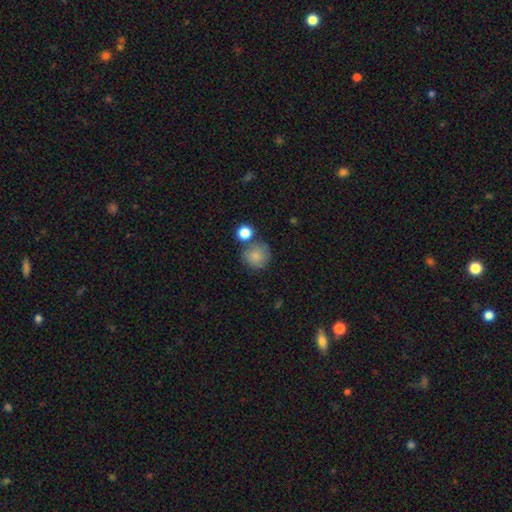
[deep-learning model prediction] Smooth or featured? Predicted: smooth (p=0.81). How rounded? Predicted: round (p=0.91). Merging? Predicted: none (p=0.64).